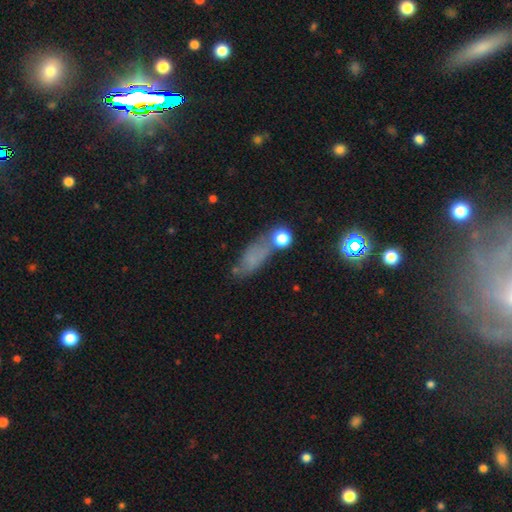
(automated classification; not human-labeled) This is possibly a smooth galaxy (60%). How rounded: possibly in between (57%). Merging: possibly none (55%).